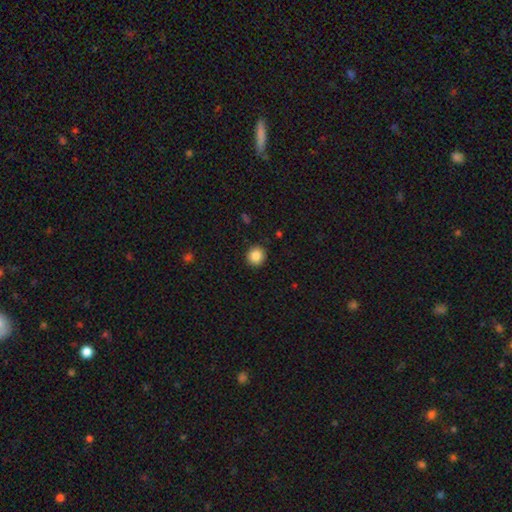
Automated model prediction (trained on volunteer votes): This is clearly a smooth galaxy (86%). How rounded: clearly round (91%). Merging: clearly none (91%).